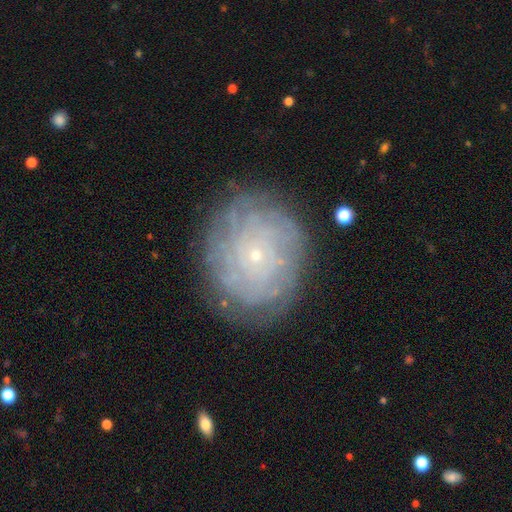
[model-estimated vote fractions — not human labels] This is likely a featured or disk galaxy (74%). It is clearly not viewed edge-on (97%). Bar: clearly no (87%). Spiral arm pattern: clearly yes (86%). Spiral arm count: possibly can't tell (46%). Spiral winding: clearly tight (83%). Central bulge: clearly small (89%). Merging: clearly none (81%).